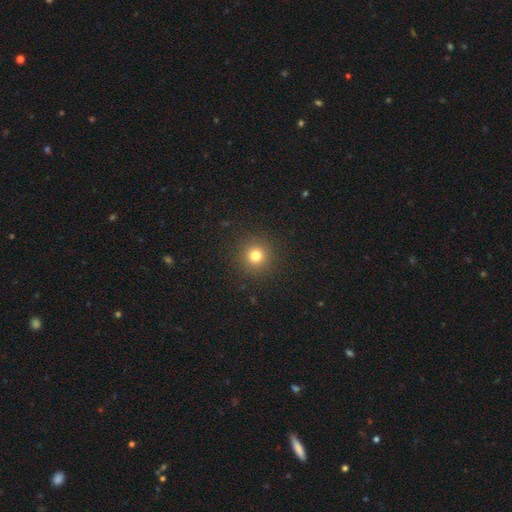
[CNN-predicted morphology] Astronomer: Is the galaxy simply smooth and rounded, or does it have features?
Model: smooth — 78%.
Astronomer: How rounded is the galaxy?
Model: round — 94%.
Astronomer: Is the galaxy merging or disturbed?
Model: none — 91%.